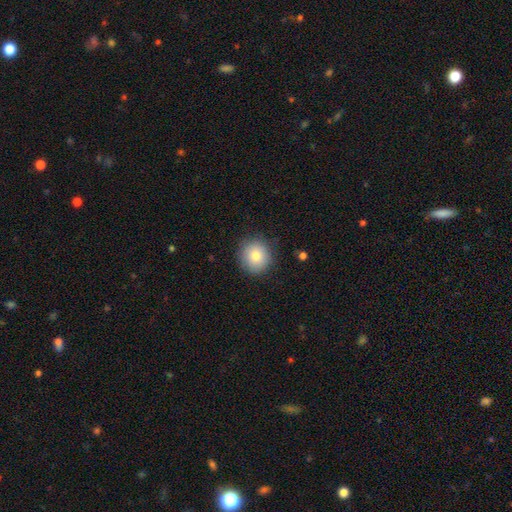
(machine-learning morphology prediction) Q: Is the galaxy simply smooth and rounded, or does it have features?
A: smooth — 81%.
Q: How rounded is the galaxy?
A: round — 90%.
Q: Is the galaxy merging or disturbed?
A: none — 87%.